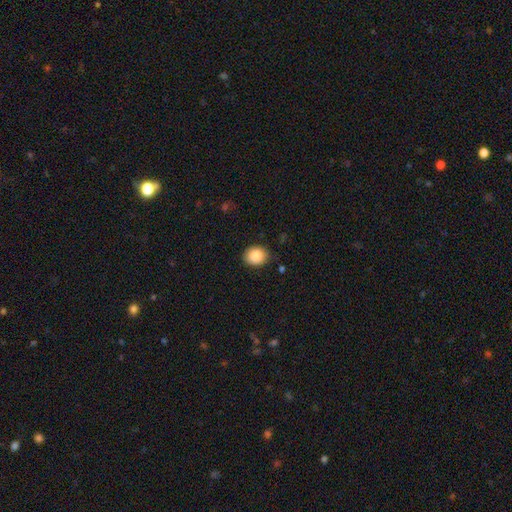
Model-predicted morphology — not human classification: A smooth galaxy with no disk features (88%) that is round (60%). Merging: none (85%).